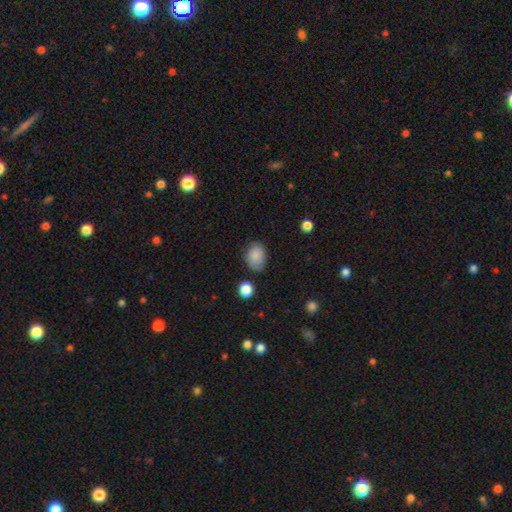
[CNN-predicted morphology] A smooth galaxy with no disk features (87%) that is in between round and cigar-shaped (74%). Merging: none (74%).